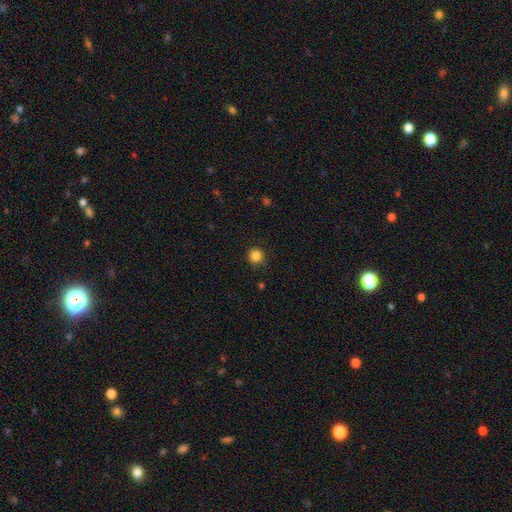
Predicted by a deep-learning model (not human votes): This appears to be a smooth galaxy with no disk features (85%) that is round (94%). Merging: none (88%).